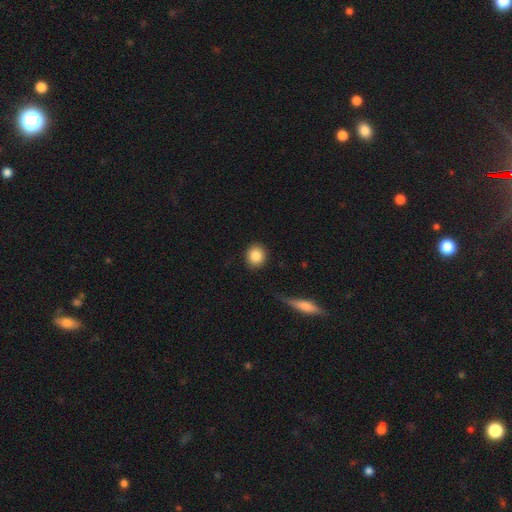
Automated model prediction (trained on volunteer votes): smooth-or-featured: smooth: 87% | star or artifact: 8% | featured or disk: 5%
  how-rounded: round: 84% | in between: 15% | cigar-shaped: 1%
  merging: none: 89% | minor disturbance: 8% | major disturbance: 2% | merger: 1%